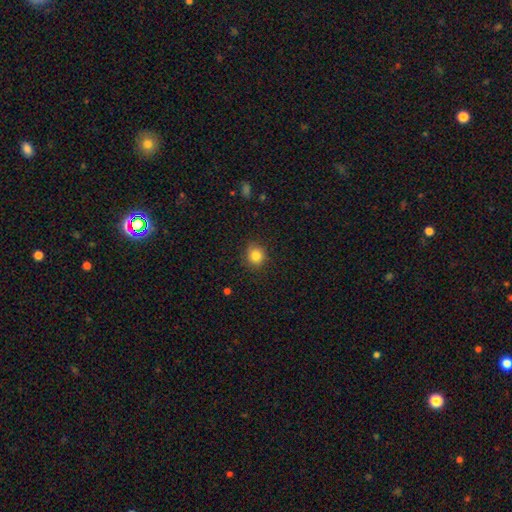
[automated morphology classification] Smooth or featured: smooth — 83% (star or artifact — 11%)
How rounded: round — 82% (in between — 17%)
Merging: none — 86% (minor disturbance — 10%)